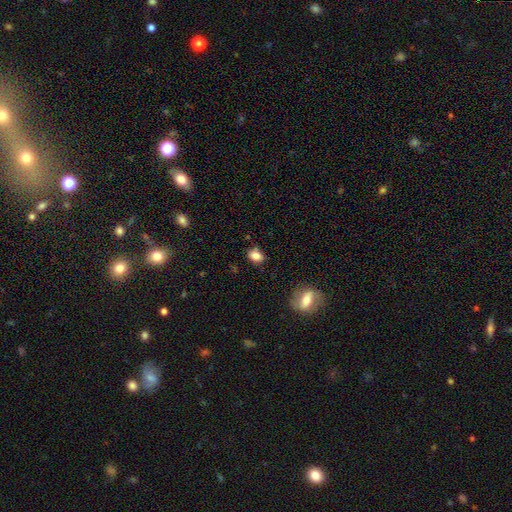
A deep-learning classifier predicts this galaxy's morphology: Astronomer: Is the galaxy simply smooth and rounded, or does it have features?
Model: smooth — 83%.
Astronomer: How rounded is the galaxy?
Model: in between — 67%.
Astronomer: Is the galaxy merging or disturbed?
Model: none — 77%.